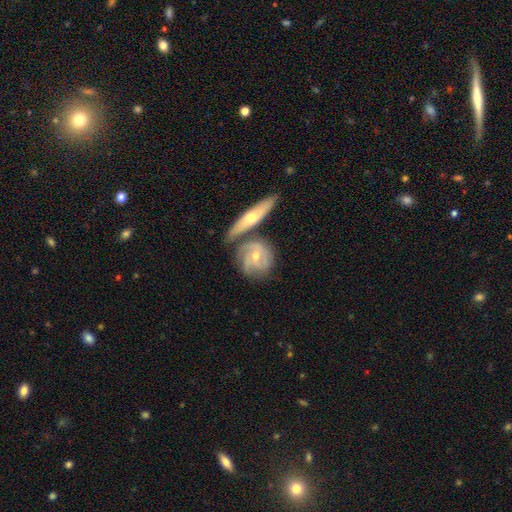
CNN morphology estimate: A featured or disk galaxy (77%) with no bar (61%), 3 (43%) tight (63%) spiral arms (92%) and a moderate central bulge (50%). Merging: none (60%).